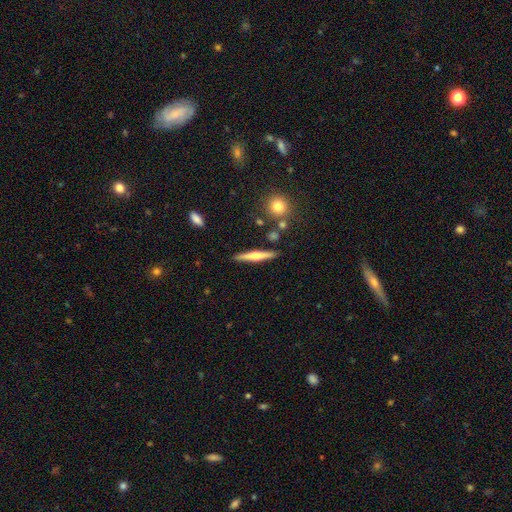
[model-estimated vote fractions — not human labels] featured or disk 56%, smooth 38%, star or artifact 6%. Down the decision tree: edge-on disk — yes (97%); edge-on bulge — rounded (76%); merging — none (87%).